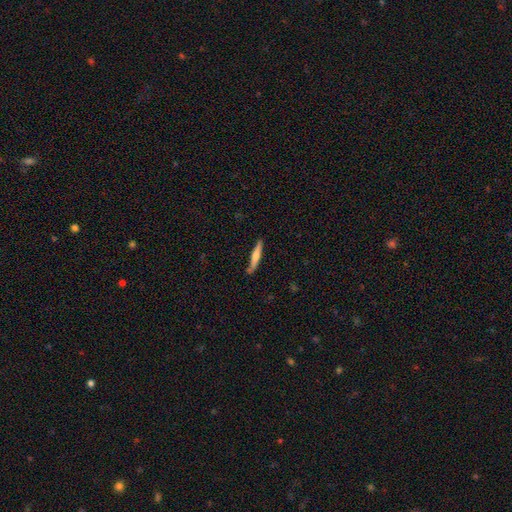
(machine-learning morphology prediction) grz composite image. It shows a smooth galaxy with no disk features (52%) that is cigar-shaped (92%). Merging: none (84%).